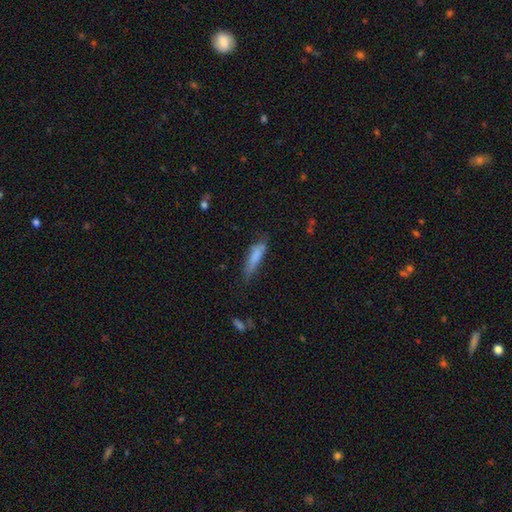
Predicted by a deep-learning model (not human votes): Smooth or featured? Predicted: smooth (p=0.75). How rounded? Predicted: cigar-shaped (p=0.67). Merging? Predicted: none (p=0.53).